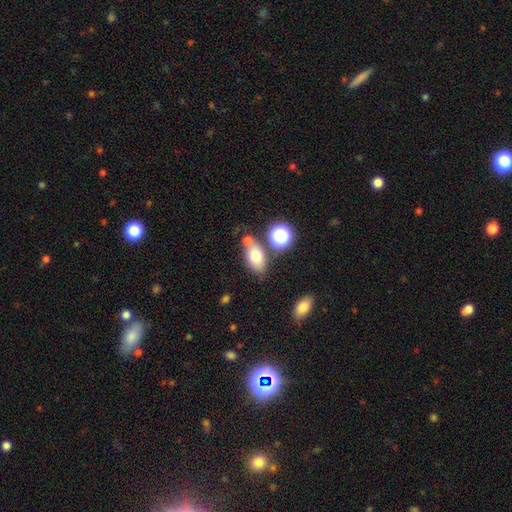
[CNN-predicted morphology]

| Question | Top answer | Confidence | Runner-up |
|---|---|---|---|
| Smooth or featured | smooth | 73% | featured or disk (15%) |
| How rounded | in between | 84% | round (13%) |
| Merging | none | 60% | merger (20%) |